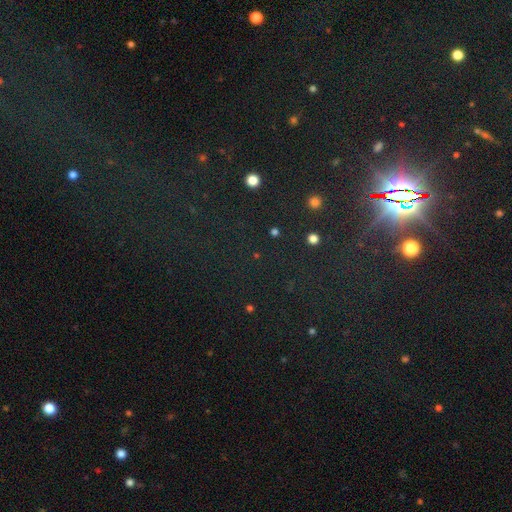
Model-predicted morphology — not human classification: This is likely a star or artifact rather than a galaxy (78%).